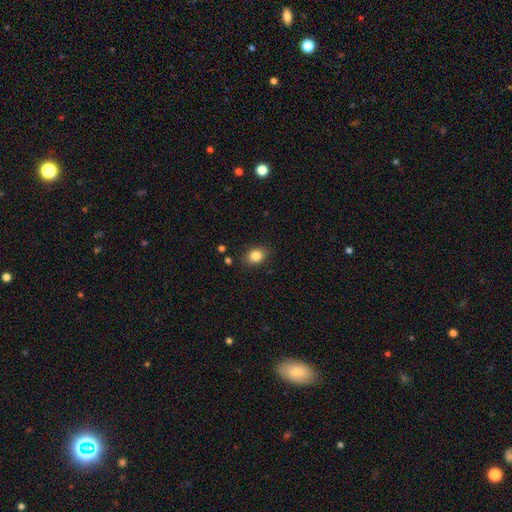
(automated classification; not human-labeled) smooth 84%, star or artifact 10%, featured or disk 6%. Down the decision tree: how rounded — in between (50%); merging — none (86%).